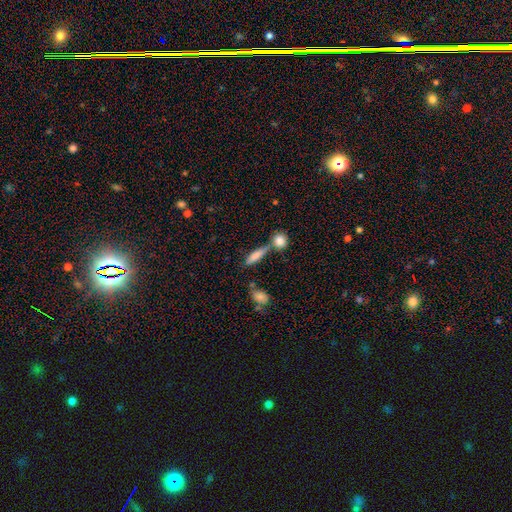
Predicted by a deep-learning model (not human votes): This appears to be a smooth galaxy with no disk features (75%) that is cigar-shaped (62%). Merging: none (55%).